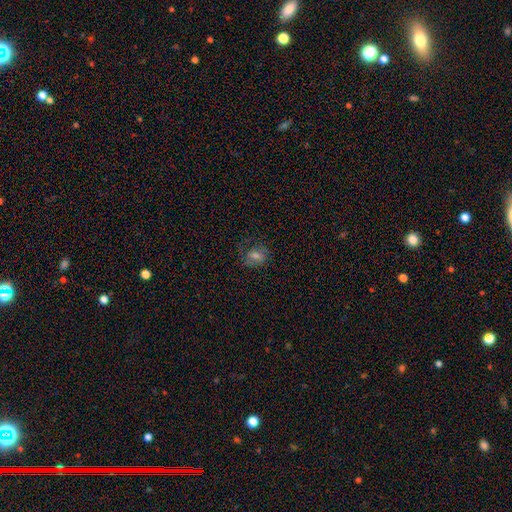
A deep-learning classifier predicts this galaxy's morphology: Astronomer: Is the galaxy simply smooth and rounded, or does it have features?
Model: smooth — 49% (runner-up: featured or disk, 31%).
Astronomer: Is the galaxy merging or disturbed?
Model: none — 69%.